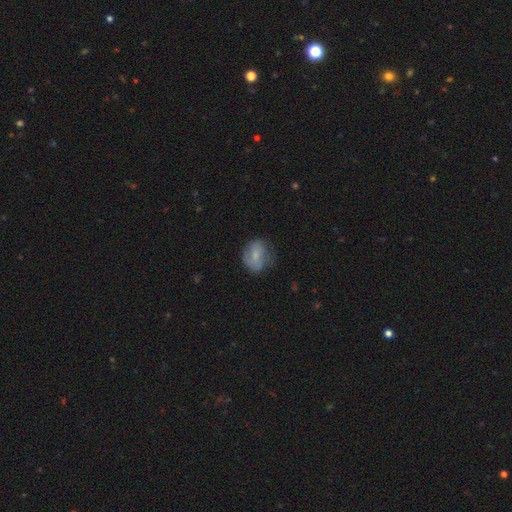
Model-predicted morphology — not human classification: Overall: smooth (59%; featured or disk 33%). How rounded: round (51%; in between 47%). Merging: none (55%; minor disturbance 30%).